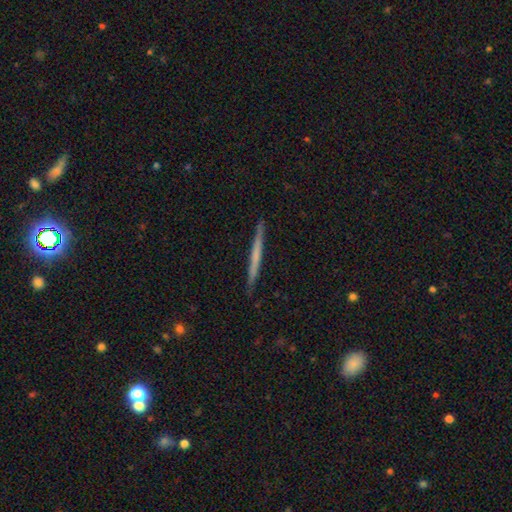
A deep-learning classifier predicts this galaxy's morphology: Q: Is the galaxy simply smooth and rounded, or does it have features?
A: smooth — 49%.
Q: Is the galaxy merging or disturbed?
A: none — 91%.